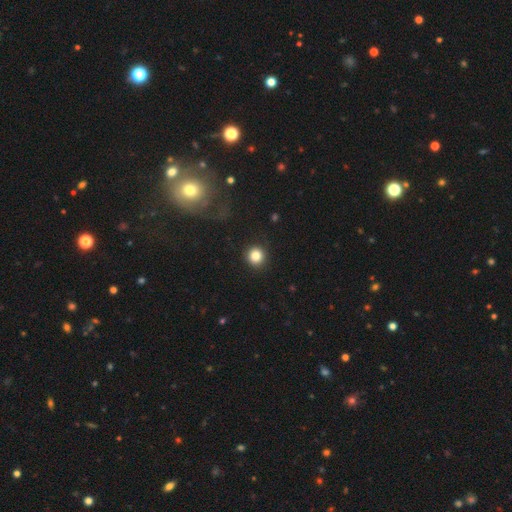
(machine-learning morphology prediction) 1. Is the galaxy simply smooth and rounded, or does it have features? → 84% smooth, 11% star or artifact, 5% featured or disk.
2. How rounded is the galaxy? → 93% round, 6% in between, 1% cigar-shaped.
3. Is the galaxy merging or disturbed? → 91% none, 5% minor disturbance, 2% major disturbance, 1% merger.